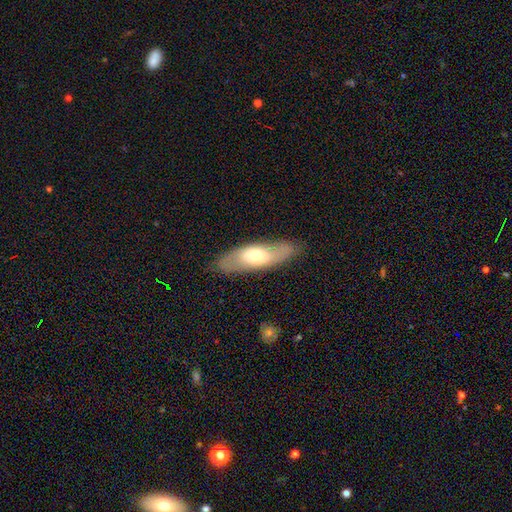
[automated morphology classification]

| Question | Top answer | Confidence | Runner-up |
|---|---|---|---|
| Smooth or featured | smooth | 48% | featured or disk (46%) |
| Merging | none | 81% | minor disturbance (13%) |